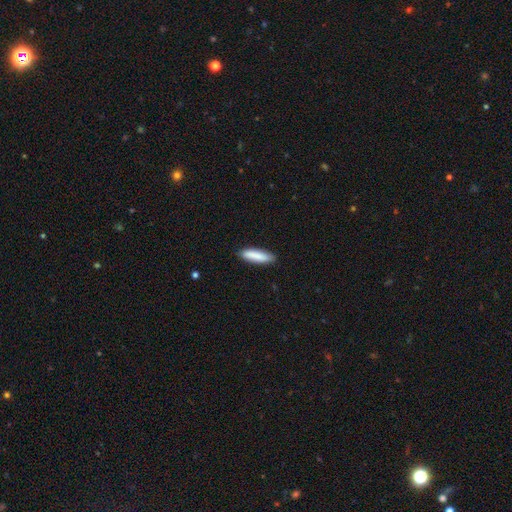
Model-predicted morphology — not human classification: Smooth or featured? Predicted: smooth (p=0.86). How rounded? Predicted: cigar-shaped (p=0.68). Merging? Predicted: none (p=0.87).